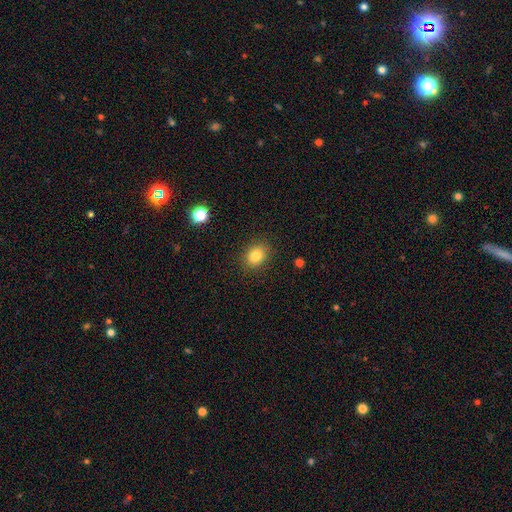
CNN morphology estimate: smooth_or_featured: smooth (p=0.83) [alt: star or artifact p=0.10]
how_rounded: round (p=0.51) [alt: in between p=0.48]
merging: none (p=0.87) [alt: minor disturbance p=0.09]